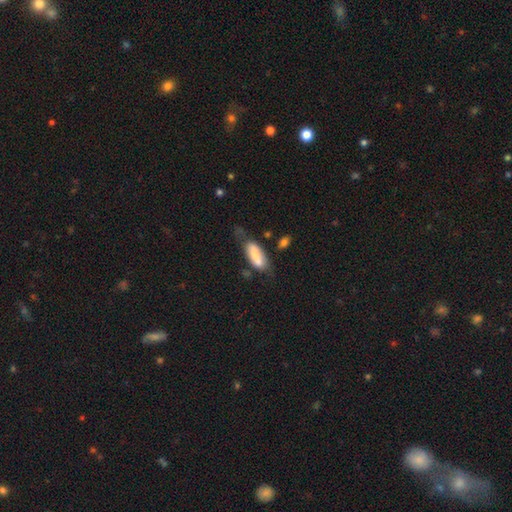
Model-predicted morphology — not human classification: Overall: smooth (70%). How rounded: in between (77%). Merging: none (46%; minor disturbance 28%).